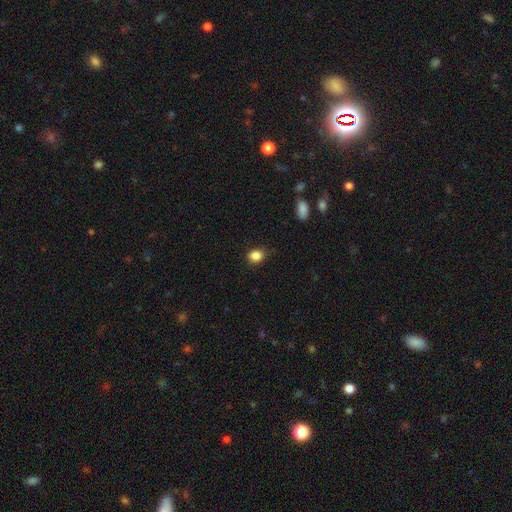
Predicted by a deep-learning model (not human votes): Morphology: type=smooth (86%); roundness=round (59%); merging=none (79%).